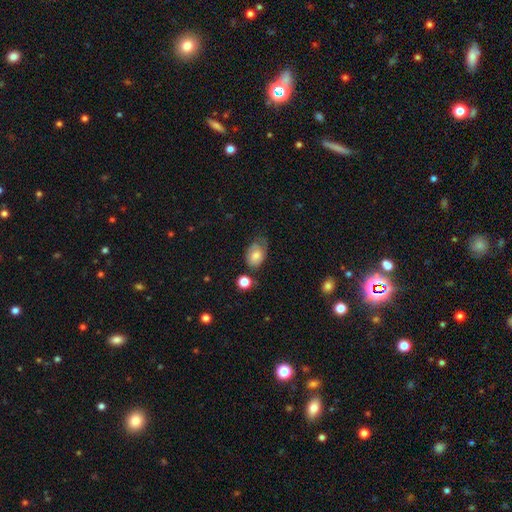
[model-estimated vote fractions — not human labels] Smooth or featured? Predicted: smooth (p=0.70). How rounded? Predicted: in between (p=0.82). Merging? Predicted: none (p=0.38).